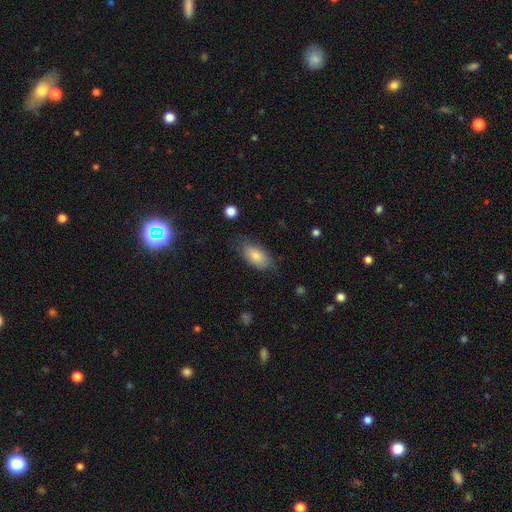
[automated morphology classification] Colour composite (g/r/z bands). It shows a smooth galaxy with no disk features (81%) that is in between round and cigar-shaped (92%). Merging: none (73%).